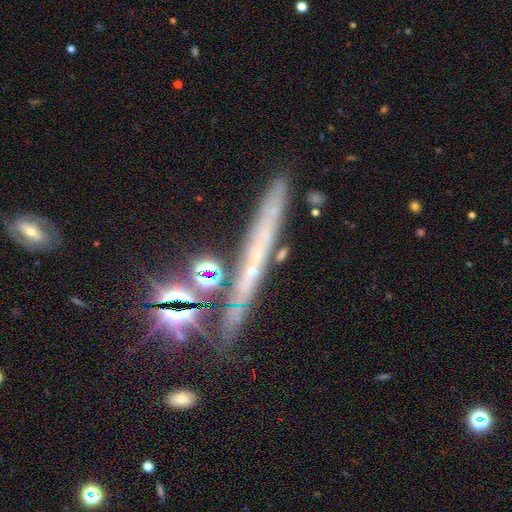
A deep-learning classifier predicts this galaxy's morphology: This is possibly a featured or disk galaxy (51%). It is clearly viewed edge-on (88%). Merging: likely none (75%).